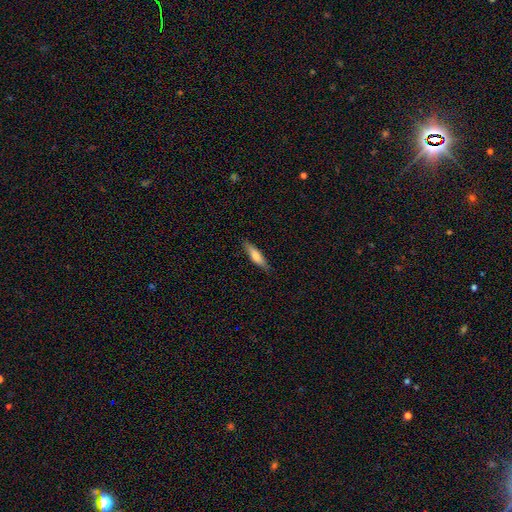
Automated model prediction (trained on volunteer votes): A smooth galaxy with no disk features (70%) that is cigar-shaped (73%). Merging: none (87%).